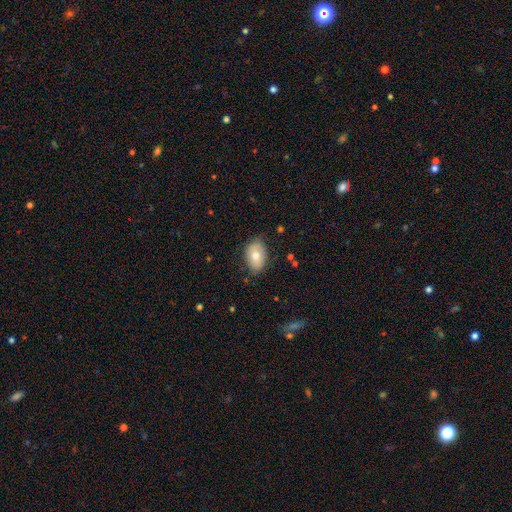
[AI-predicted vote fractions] This appears to be a smooth galaxy with no disk features (70%) that is in between round and cigar-shaped (84%). Merging: none (76%).